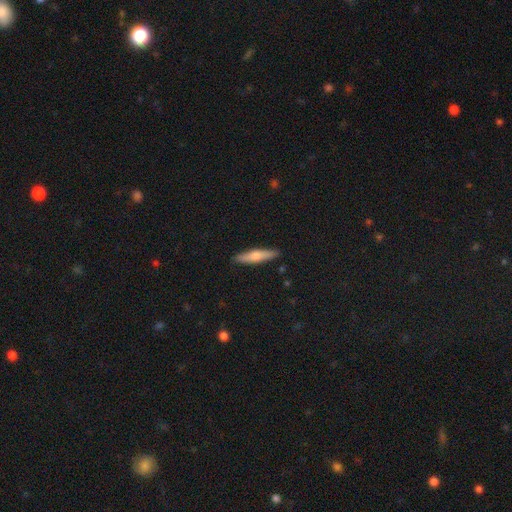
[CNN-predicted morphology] The model was most divided on "smooth or featured": smooth: 61%, featured or disk: 34%, star or artifact: 6%. More confident: merging — none (89%); how rounded — cigar-shaped (83%).